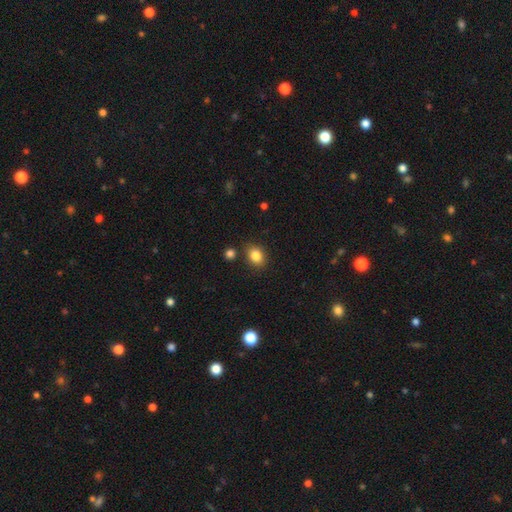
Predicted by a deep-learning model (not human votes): This appears to be a smooth galaxy with no disk features (84%) that is in between round and cigar-shaped (57%). Merging: none (81%).